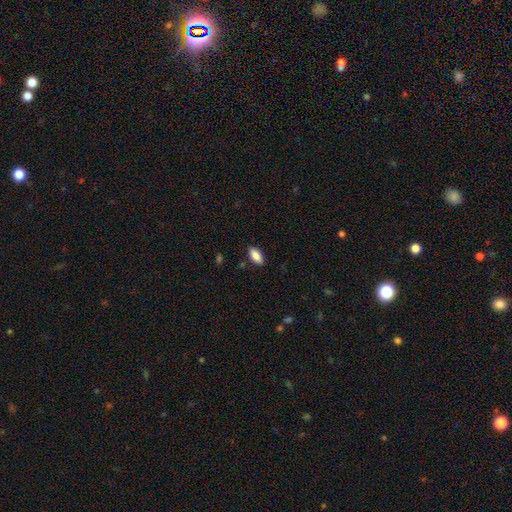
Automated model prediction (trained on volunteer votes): smooth 88%, star or artifact 7%, featured or disk 5%. Down the decision tree: how rounded — in between (91%); merging — none (87%).